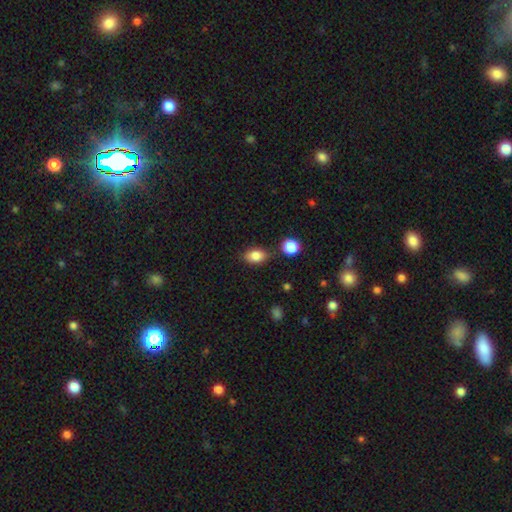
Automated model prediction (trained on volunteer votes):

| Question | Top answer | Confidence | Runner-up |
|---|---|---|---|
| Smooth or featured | smooth | 83% | star or artifact (9%) |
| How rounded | in between | 83% | round (15%) |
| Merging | none | 79% | minor disturbance (12%) |